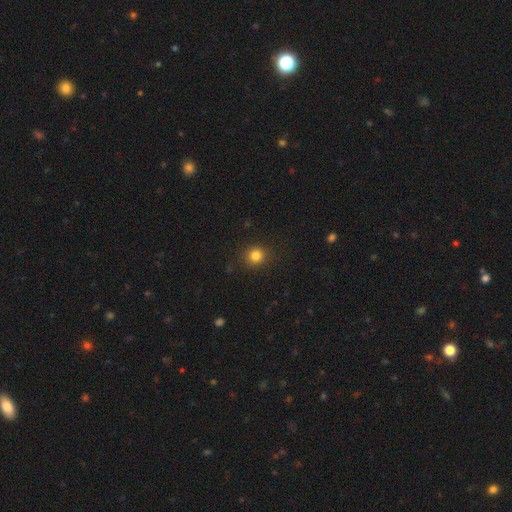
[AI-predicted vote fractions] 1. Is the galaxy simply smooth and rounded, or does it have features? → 82% smooth, 13% star or artifact, 5% featured or disk.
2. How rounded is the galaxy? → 90% round, 10% in between, 1% cigar-shaped.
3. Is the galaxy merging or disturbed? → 89% none, 7% minor disturbance, 3% major disturbance, 1% merger.